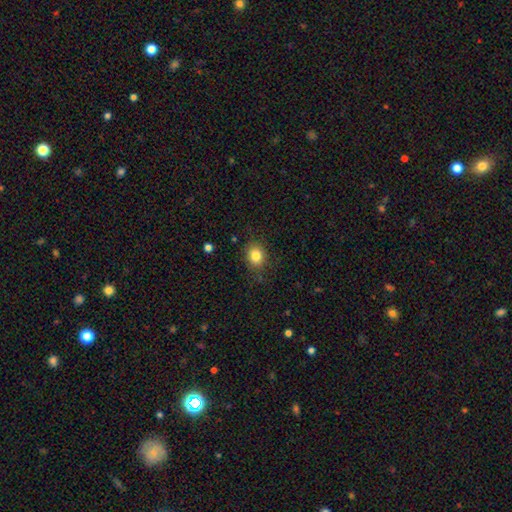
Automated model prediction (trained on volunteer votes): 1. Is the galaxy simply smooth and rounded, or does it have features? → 83% smooth, 10% star or artifact, 6% featured or disk.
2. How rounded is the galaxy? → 57% round, 42% in between, 1% cigar-shaped.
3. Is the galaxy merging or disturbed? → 82% none, 13% minor disturbance, 3% major disturbance, 1% merger.